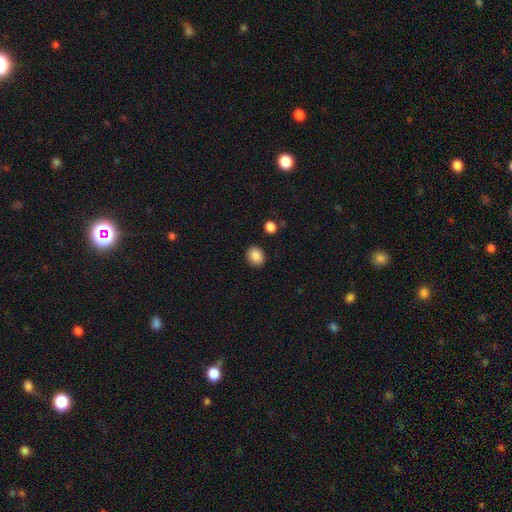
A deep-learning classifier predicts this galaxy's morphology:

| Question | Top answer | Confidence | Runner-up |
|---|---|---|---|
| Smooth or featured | smooth | 88% | star or artifact (9%) |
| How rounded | round | 60% | in between (39%) |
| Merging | none | 88% | minor disturbance (8%) |